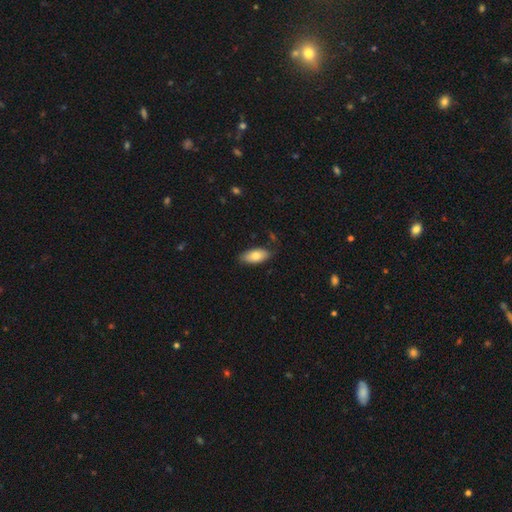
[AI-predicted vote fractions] The model was most divided on "merging": none: 79%, minor disturbance: 17%, major disturbance: 3%, merger: 2%. More confident: how rounded — in between (91%); smooth or featured — smooth (79%).